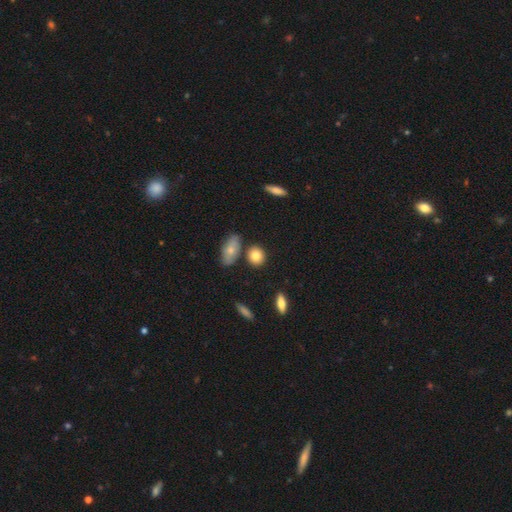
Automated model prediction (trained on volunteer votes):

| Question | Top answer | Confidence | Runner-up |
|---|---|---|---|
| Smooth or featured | smooth | 82% | featured or disk (10%) |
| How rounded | round | 65% | in between (32%) |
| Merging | none | 79% | minor disturbance (10%) |